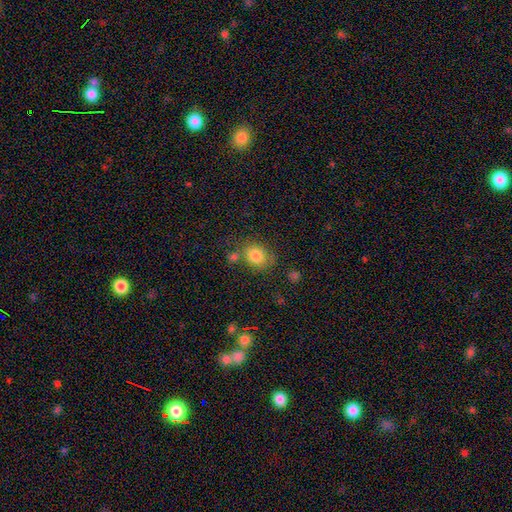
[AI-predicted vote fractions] A smooth galaxy with no disk features (82%) that is round (57%). Merging: none (64%).